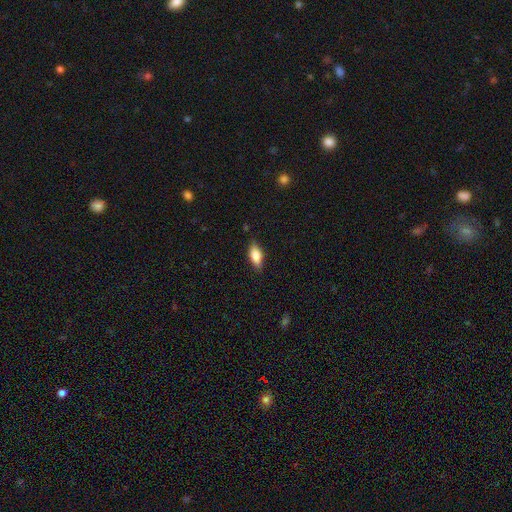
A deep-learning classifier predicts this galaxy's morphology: Smooth or featured?
  - smooth: 82% *
  - featured or disk: 12%
  - star or artifact: 7%
How rounded?
  - in between: 84% *
  - cigar-shaped: 13%
  - round: 3%
Merging?
  - none: 82% *
  - minor disturbance: 15%
  - major disturbance: 3%
  - merger: 1%